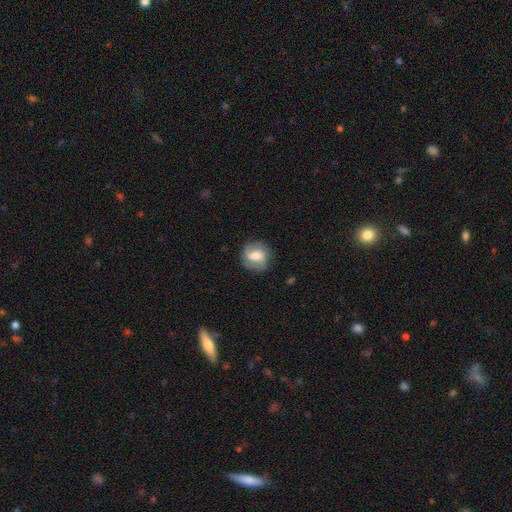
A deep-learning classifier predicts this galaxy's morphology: Q: Smooth or featured?
A: featured or disk (54%); runner-up: smooth (38%)
Q: Edge-on disk?
A: no (96%); runner-up: yes (4%)
Q: Bar?
A: weak (46%); runner-up: no (32%)
Q: Spiral arms?
A: yes (84%); runner-up: no (16%)
Q: Bulge size?
A: moderate (55%); runner-up: large (21%)
Q: Merging?
A: none (79%); runner-up: minor disturbance (14%)